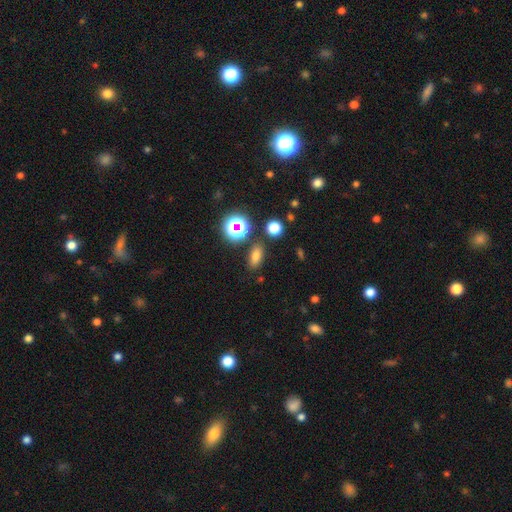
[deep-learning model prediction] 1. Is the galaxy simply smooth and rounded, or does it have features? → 69% smooth, 21% star or artifact, 10% featured or disk.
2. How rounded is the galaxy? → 72% in between, 18% round, 10% cigar-shaped.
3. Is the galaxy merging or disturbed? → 82% none, 9% minor disturbance, 5% merger, 3% major disturbance.